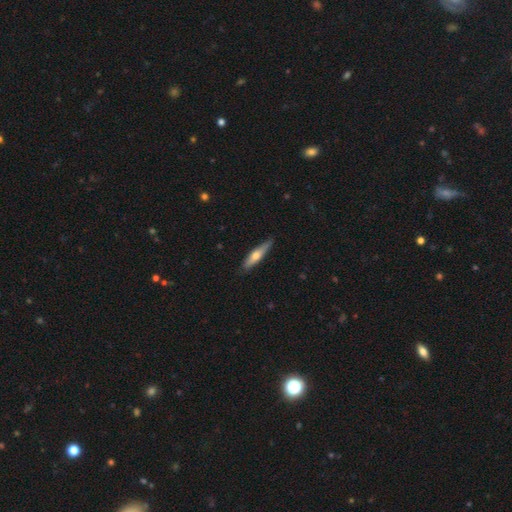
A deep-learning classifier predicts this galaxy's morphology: A smooth galaxy with no disk features (50%). Merging: none (85%).